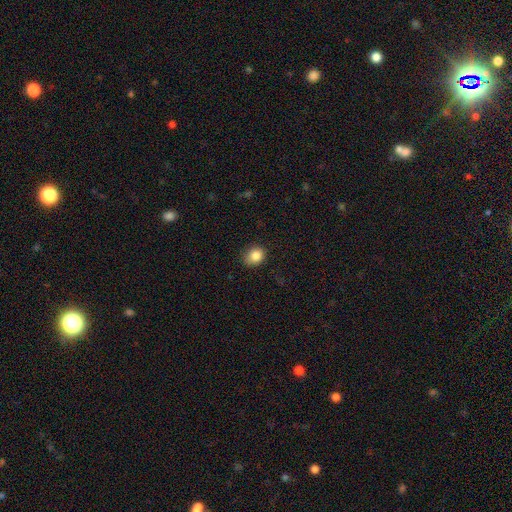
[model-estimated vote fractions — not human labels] smooth-or-featured: smooth: 86% | star or artifact: 10% | featured or disk: 5%
  how-rounded: round: 68% | in between: 31% | cigar-shaped: 1%
  merging: none: 77% | minor disturbance: 18% | major disturbance: 4% | merger: 1%